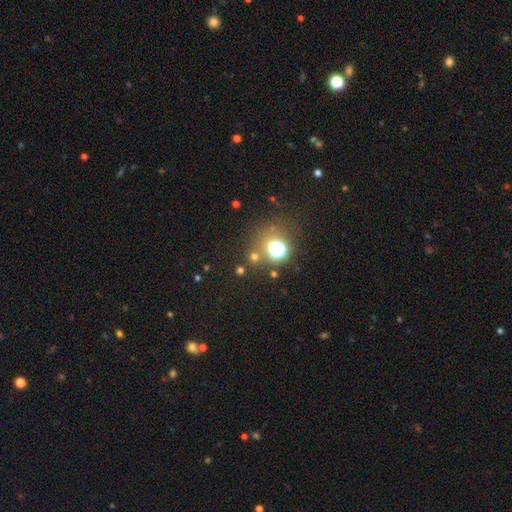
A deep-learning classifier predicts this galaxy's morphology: type=star or artifact (57%).